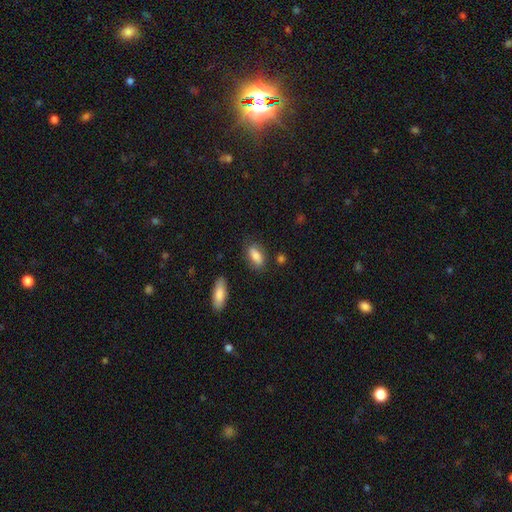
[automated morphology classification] A smooth galaxy with no disk features (79%) that is in between round and cigar-shaped (82%).

Vote fractions:
- Smooth or featured? smooth: 79% / featured or disk: 14% / star or artifact: 7%
- How rounded? in between: 82% / cigar-shaped: 14% / round: 4%
- Merging? none: 75% / minor disturbance: 18% / major disturbance: 4% / merger: 3%